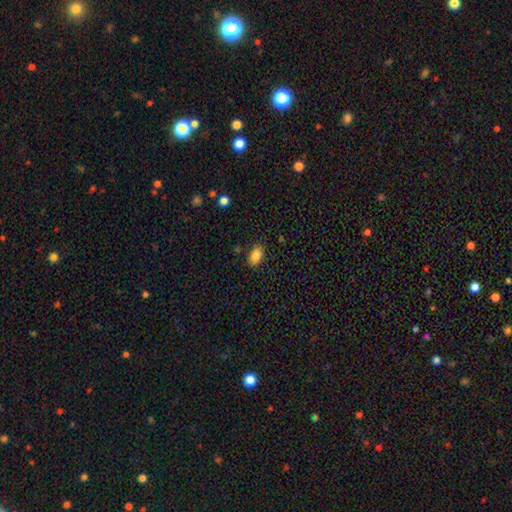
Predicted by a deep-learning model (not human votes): Smooth or featured? smooth (85%)
How rounded? in between (89%)
Merging? none (84%)